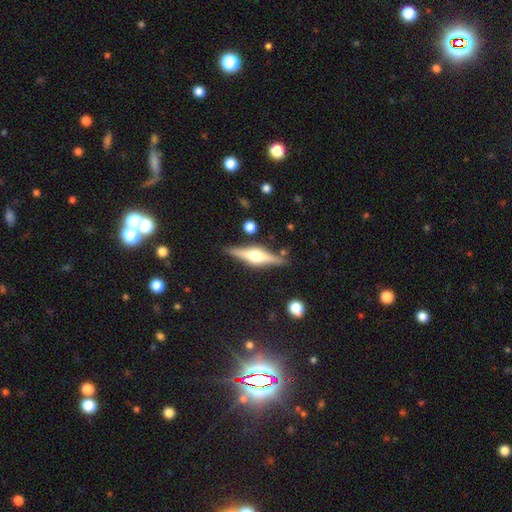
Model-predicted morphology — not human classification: Overall: featured or disk (75%). Edge-on disk: yes (97%). Edge-on bulge: rounded (92%). Merging: none (86%).